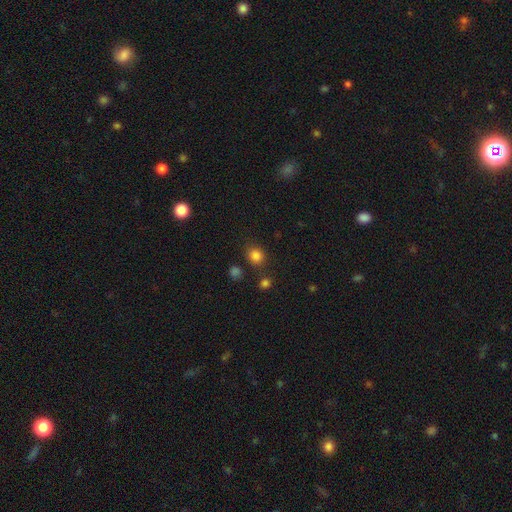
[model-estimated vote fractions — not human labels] smooth-or-featured: smooth: 83% | star or artifact: 13% | featured or disk: 4%
  how-rounded: round: 80% | in between: 19% | cigar-shaped: 1%
  merging: none: 81% | minor disturbance: 10% | merger: 5% | major disturbance: 4%